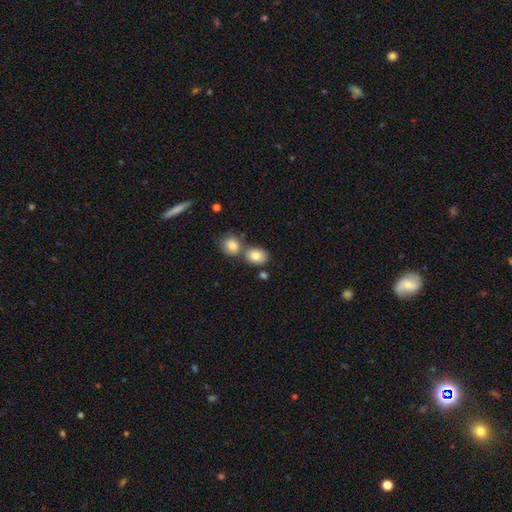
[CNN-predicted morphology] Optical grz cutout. It shows a smooth galaxy with no disk features (83%) that is in between round and cigar-shaped (63%). Merging: none (50%).